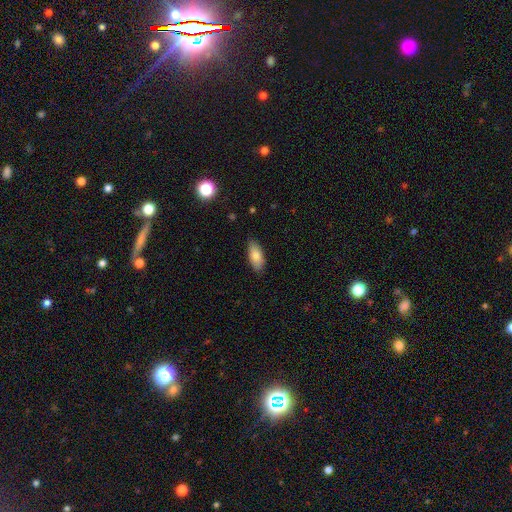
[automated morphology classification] smooth_or_featured: smooth (p=0.80) [alt: featured or disk p=0.14]
how_rounded: in between (p=0.85) [alt: cigar-shaped p=0.13]
merging: none (p=0.85) [alt: minor disturbance p=0.12]